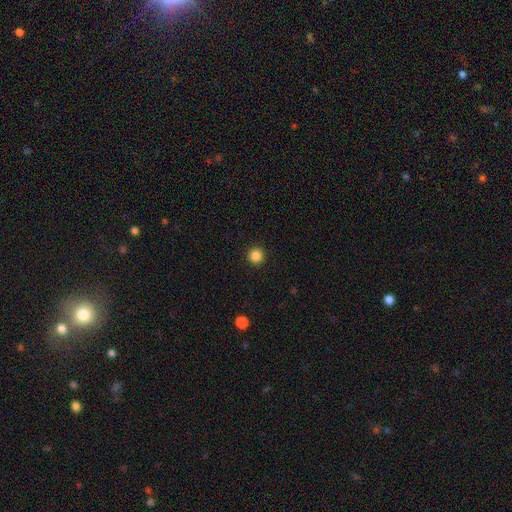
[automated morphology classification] Smooth or featured? smooth (86%)
How rounded? round (96%)
Merging? none (93%)